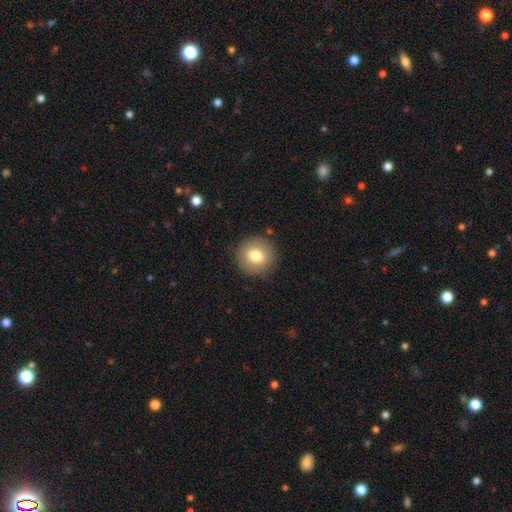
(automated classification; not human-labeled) Smooth or featured?
  - smooth: 76% *
  - featured or disk: 15%
  - star or artifact: 9%
How rounded?
  - round: 92% *
  - in between: 7%
  - cigar-shaped: 1%
Merging?
  - none: 89% *
  - minor disturbance: 7%
  - major disturbance: 2%
  - merger: 1%